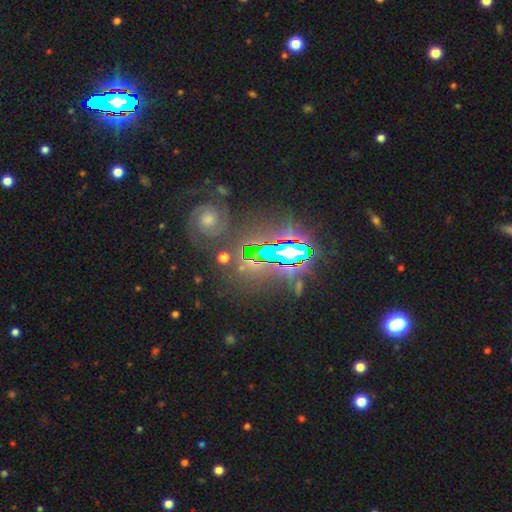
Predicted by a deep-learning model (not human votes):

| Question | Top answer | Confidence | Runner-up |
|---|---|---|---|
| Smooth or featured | star or artifact | 64% | featured or disk (18%) |